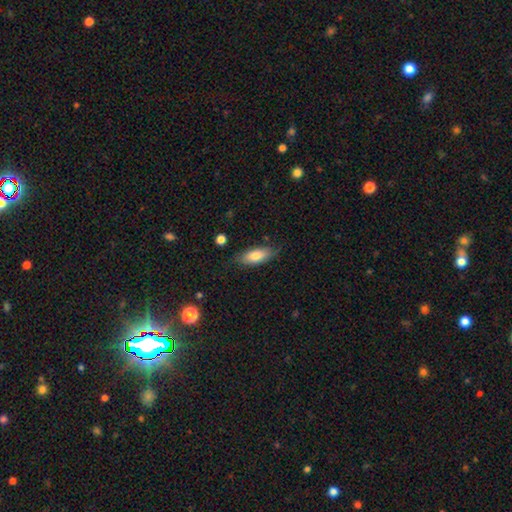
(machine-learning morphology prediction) Smooth or featured: smooth — 77% (featured or disk — 17%)
How rounded: in between — 74% (cigar-shaped — 24%)
Merging: none — 75% (minor disturbance — 19%)